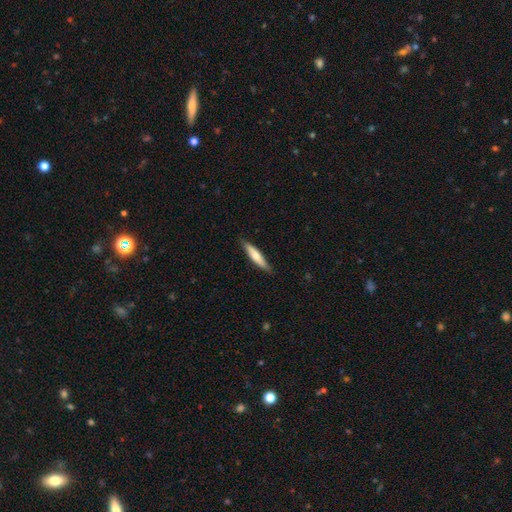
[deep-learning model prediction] smooth-or-featured: smooth: 60% | featured or disk: 34% | star or artifact: 5%
  how-rounded: cigar-shaped: 85% | in between: 14% | round: 1%
  merging: none: 87% | minor disturbance: 11% | major disturbance: 2% | merger: 1%